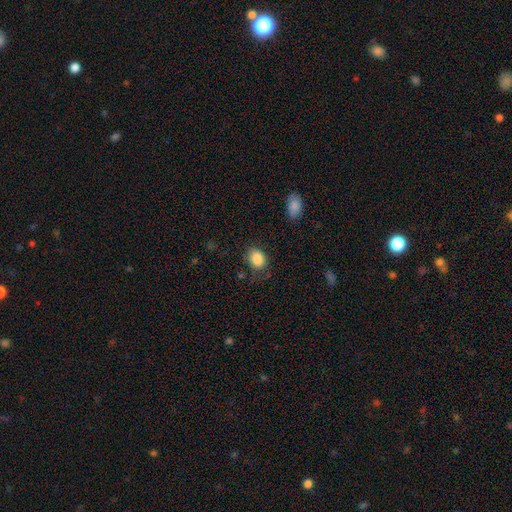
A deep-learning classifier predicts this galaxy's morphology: A smooth galaxy with no disk features (87%) that is in between round and cigar-shaped (58%). Merging: none (75%).